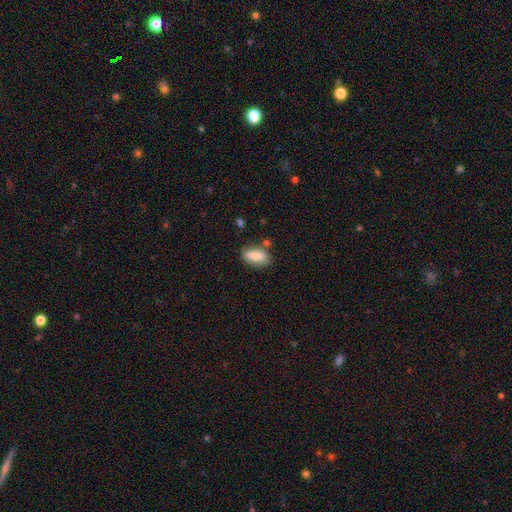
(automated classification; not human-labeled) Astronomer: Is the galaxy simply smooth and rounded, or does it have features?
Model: smooth — 75%.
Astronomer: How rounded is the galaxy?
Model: in between — 84%.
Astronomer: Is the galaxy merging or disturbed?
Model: none — 70%.